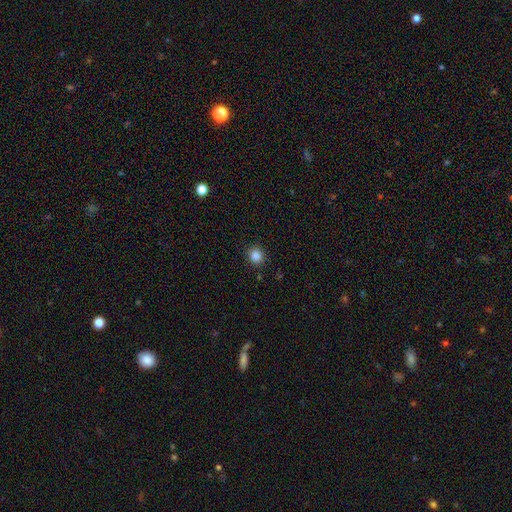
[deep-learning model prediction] A smooth galaxy with no disk features (85%) that is round (87%). Merging: none (90%).